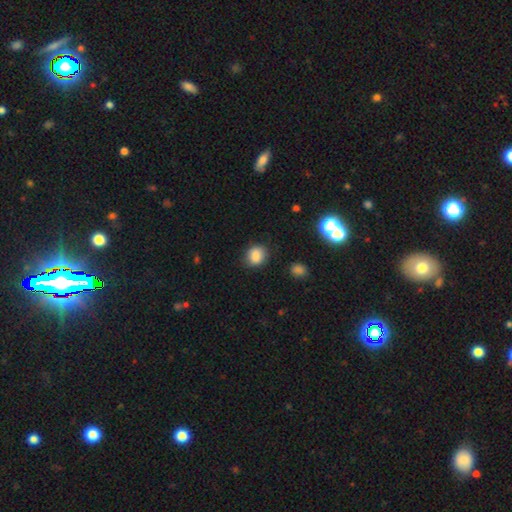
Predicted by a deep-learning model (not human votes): smooth_or_featured: smooth (p=0.85) [alt: star or artifact p=0.10]
how_rounded: round (p=0.63) [alt: in between p=0.36]
merging: none (p=0.80) [alt: minor disturbance p=0.15]